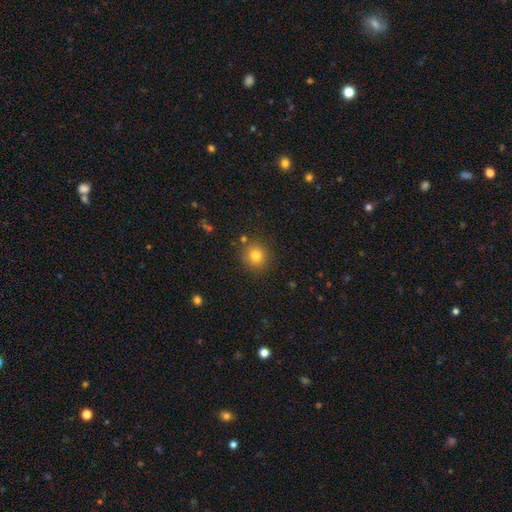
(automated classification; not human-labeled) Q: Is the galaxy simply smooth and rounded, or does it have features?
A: smooth — 80%.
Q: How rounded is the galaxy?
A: round — 90%.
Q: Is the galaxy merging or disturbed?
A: none — 84%.